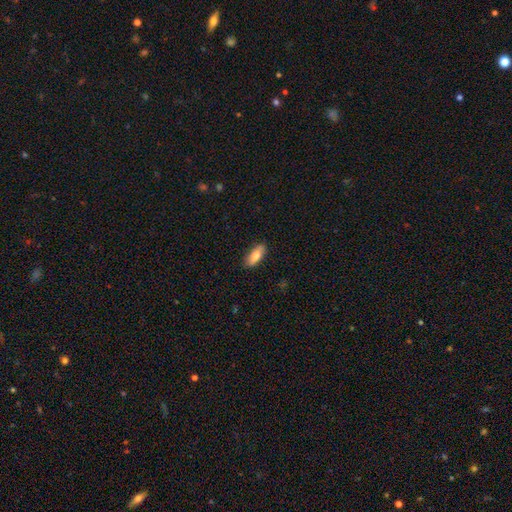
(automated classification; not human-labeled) smooth-or-featured: smooth: 79% | featured or disk: 15% | star or artifact: 6%
  how-rounded: in between: 79% | cigar-shaped: 19% | round: 2%
  merging: none: 86% | minor disturbance: 11% | major disturbance: 2% | merger: 1%